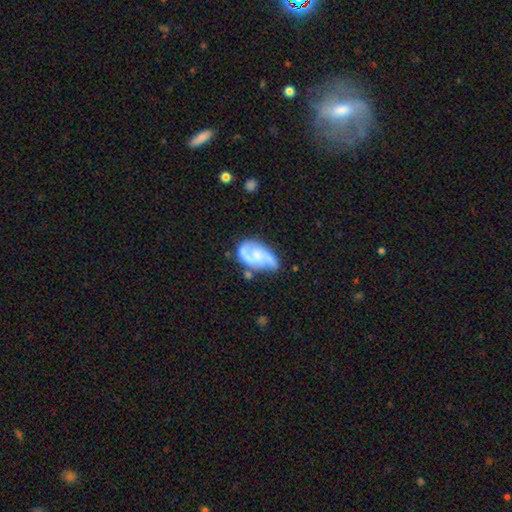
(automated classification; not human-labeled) Overall: featured or disk (68%). Edge-on disk: no (97%). Bar: no (64%; weak 30%). Spiral arms: yes (87%). Spiral arm count: 2 (73%). Spiral winding: medium (44%; loose 33%). Bulge size: small (37%; none 29%). Merging: none (40%; minor disturbance 32%).